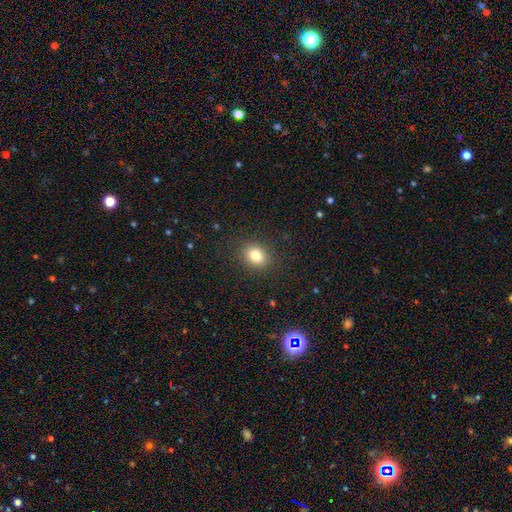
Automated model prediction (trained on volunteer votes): This appears to be a smooth galaxy with no disk features (81%) that is round (52%). Merging: none (87%).